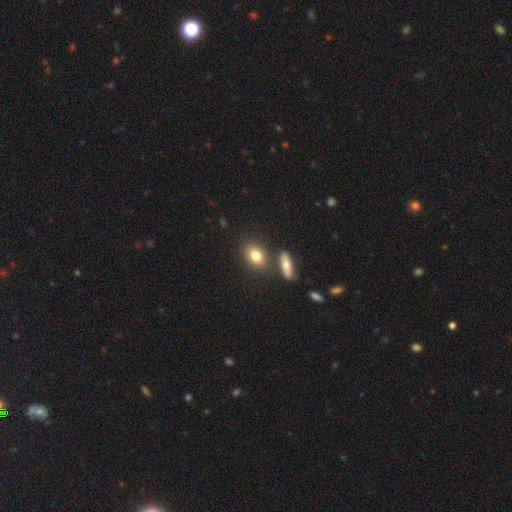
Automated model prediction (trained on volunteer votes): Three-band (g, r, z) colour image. It shows a smooth galaxy with no disk features (79%) that is in between round and cigar-shaped (71%). Merging: none (71%).